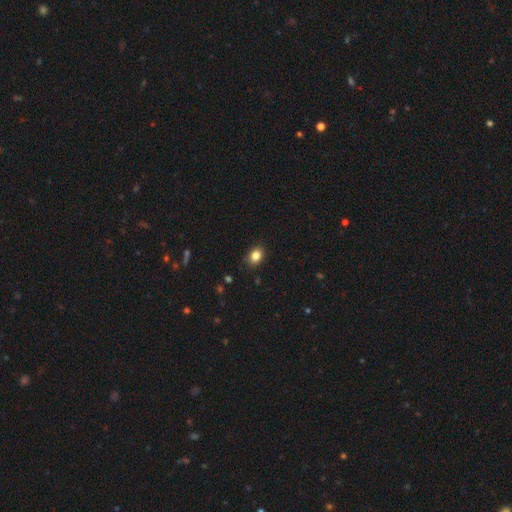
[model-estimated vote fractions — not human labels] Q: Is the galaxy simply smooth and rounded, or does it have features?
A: smooth — 84%.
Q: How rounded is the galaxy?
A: in between — 63%.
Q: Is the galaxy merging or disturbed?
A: none — 87%.